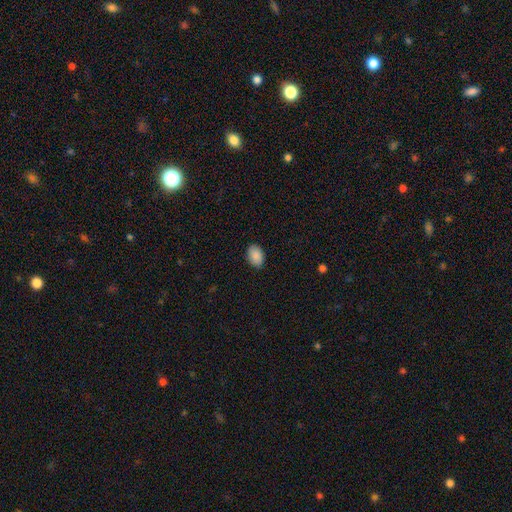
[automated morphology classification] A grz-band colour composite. It shows a smooth galaxy with no disk features (89%) that is in between round and cigar-shaped (84%). Merging: none (87%).